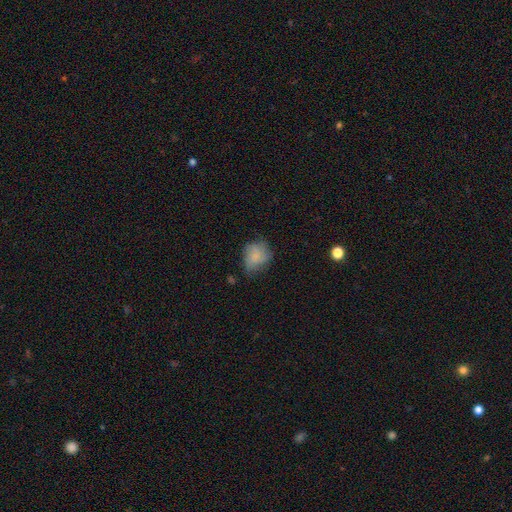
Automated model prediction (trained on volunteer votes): Smooth or featured: smooth — 68% (featured or disk — 23%)
How rounded: round — 63% (in between — 36%)
Merging: none — 54% (minor disturbance — 32%)